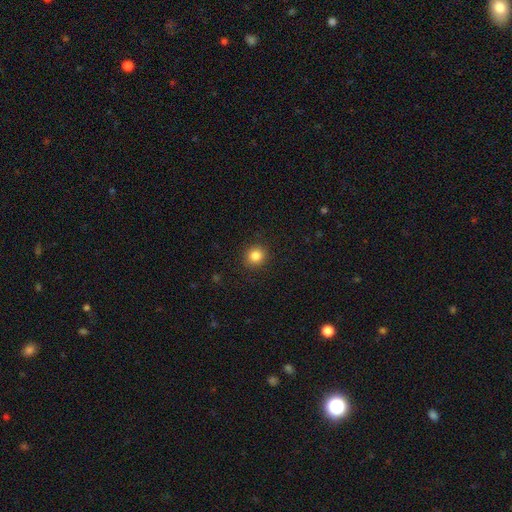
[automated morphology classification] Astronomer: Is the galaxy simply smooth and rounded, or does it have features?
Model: smooth — 84%.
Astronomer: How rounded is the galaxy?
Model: round — 85%.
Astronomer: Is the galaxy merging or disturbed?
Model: none — 90%.